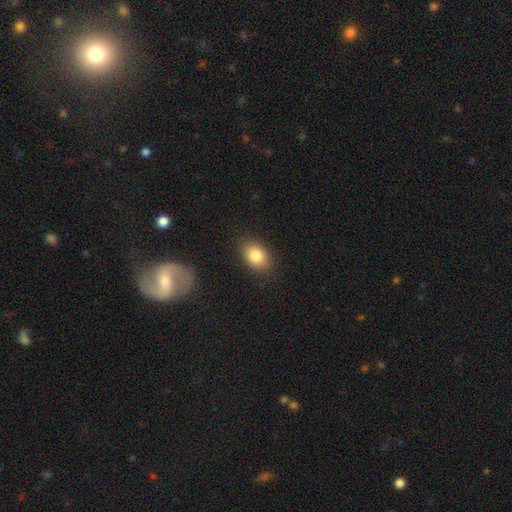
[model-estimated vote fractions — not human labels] A smooth galaxy with no disk features (84%) that is in between round and cigar-shaped (78%). Merging: none (87%).